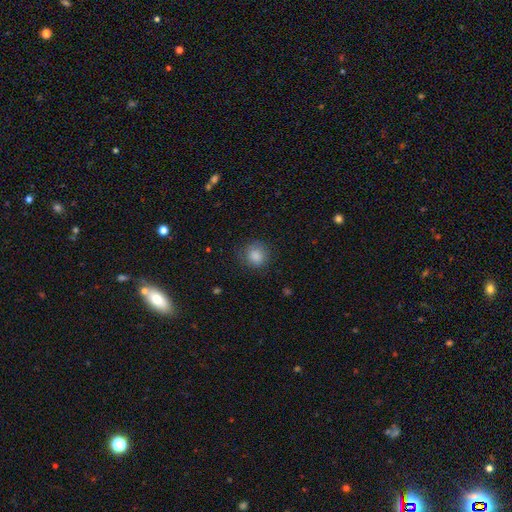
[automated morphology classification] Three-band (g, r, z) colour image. It shows a smooth galaxy with no disk features (86%) that is round (86%). Merging: none (78%).